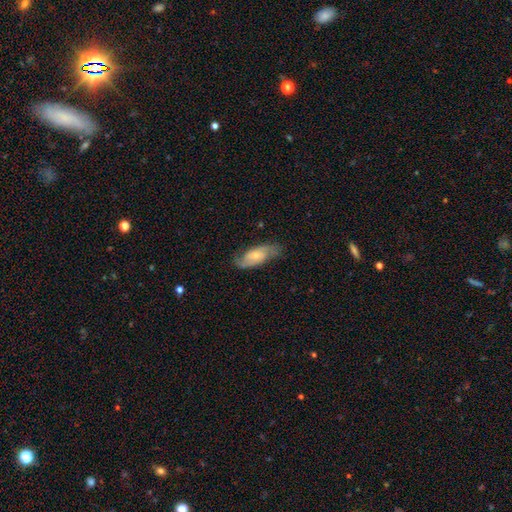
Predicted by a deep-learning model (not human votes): Smooth or featured? Predicted: featured or disk (p=0.68). Edge-on disk? Predicted: no (p=0.92). Bar? Predicted: no (p=0.61). Spiral arms? Predicted: yes (p=0.92). Spiral winding? Predicted: medium (p=0.46). Spiral arm count? Predicted: 2 (p=0.81). Bulge size? Predicted: small (p=0.56). Merging? Predicted: none (p=0.72).